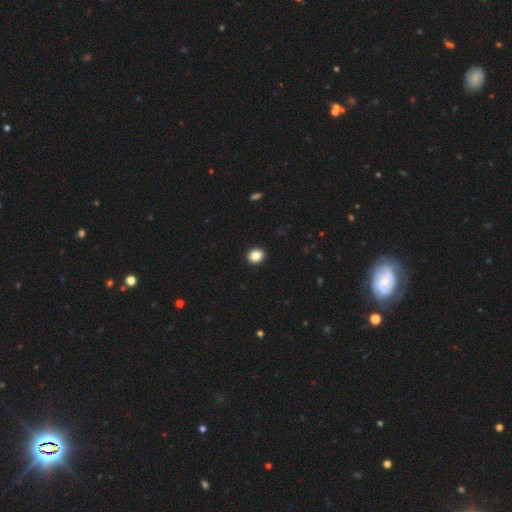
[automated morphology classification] Smooth or featured: smooth — 86% (star or artifact — 10%)
How rounded: round — 71% (in between — 29%)
Merging: none — 93% (minor disturbance — 5%)